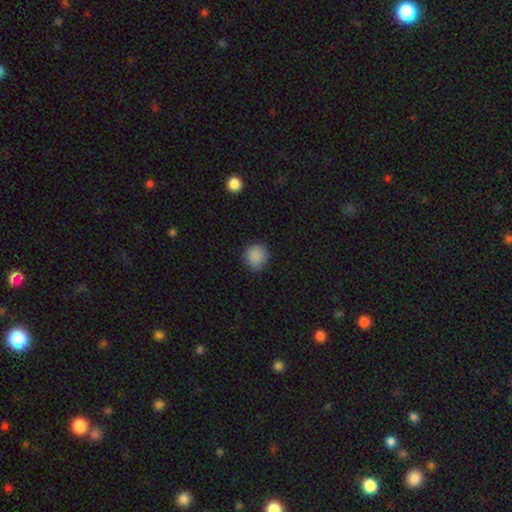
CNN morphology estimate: Smooth or featured?
  - smooth: 88% *
  - star or artifact: 9%
  - featured or disk: 3%
How rounded?
  - round: 90% *
  - in between: 9%
  - cigar-shaped: 1%
Merging?
  - none: 86% *
  - minor disturbance: 10%
  - major disturbance: 2%
  - merger: 1%